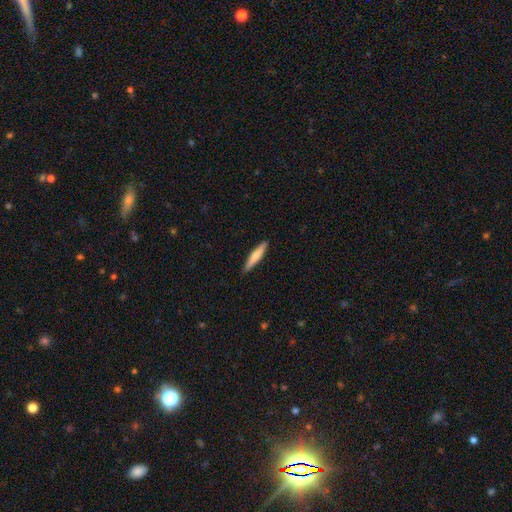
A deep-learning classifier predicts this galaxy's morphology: smooth_or_featured: smooth (p=0.63) [alt: featured or disk p=0.31]
how_rounded: cigar-shaped (p=0.89) [alt: in between p=0.10]
merging: none (p=0.90) [alt: minor disturbance p=0.07]